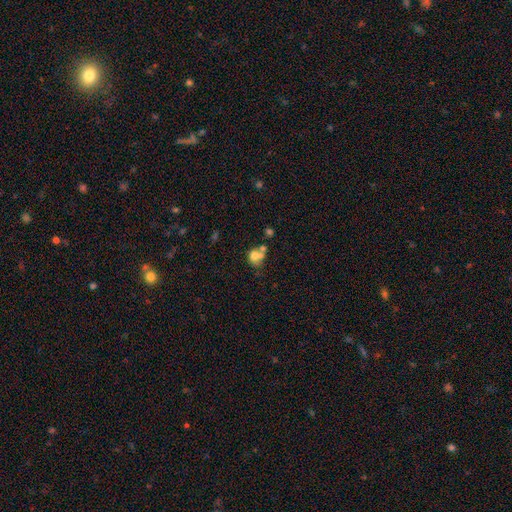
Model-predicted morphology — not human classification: smooth 68%, featured or disk 20%, star or artifact 12%. Down the decision tree: how rounded — round (63%); merging — merger (50%).